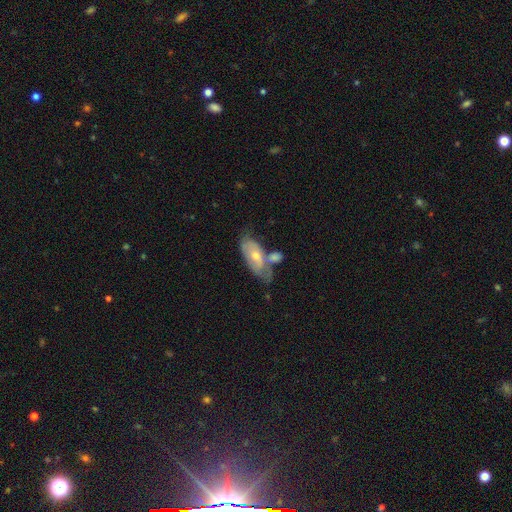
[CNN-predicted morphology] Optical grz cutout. It shows a smooth galaxy with no disk features (50%). Merging: merger (40%).